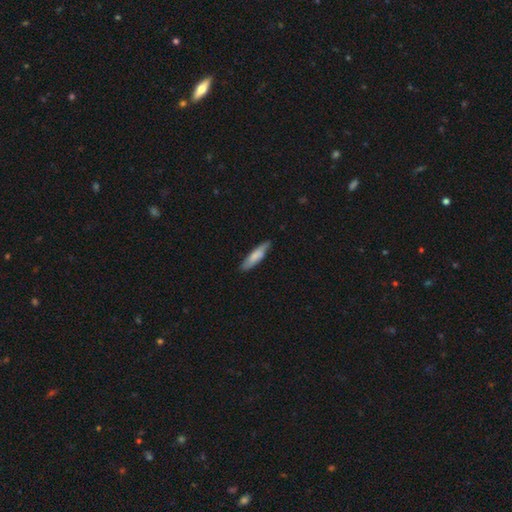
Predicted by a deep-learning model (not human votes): This is likely a smooth galaxy (75%). How rounded: likely cigar-shaped (72%). Merging: likely none (79%).